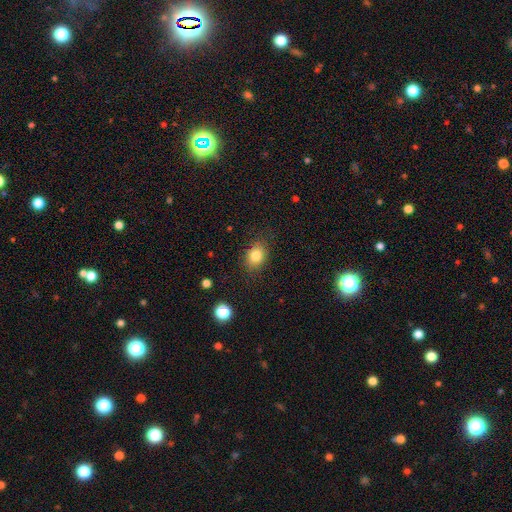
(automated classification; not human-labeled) Smooth or featured? smooth (82%)
How rounded? in between (63%)
Merging? none (83%)